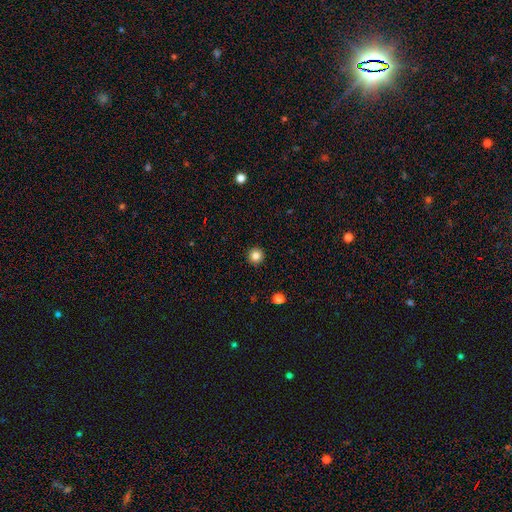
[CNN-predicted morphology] smooth 84%, star or artifact 11%, featured or disk 5%. Down the decision tree: how rounded — round (96%); merging — none (93%).